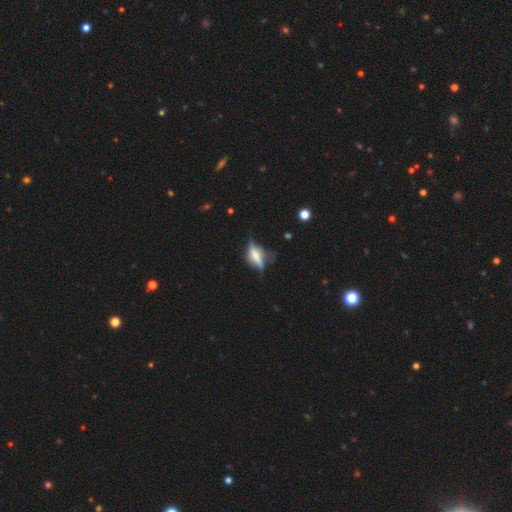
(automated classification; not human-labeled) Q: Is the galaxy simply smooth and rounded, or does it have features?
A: featured or disk — 57%.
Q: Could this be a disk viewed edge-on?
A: yes — 76%.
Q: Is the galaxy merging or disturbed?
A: none — 49%.